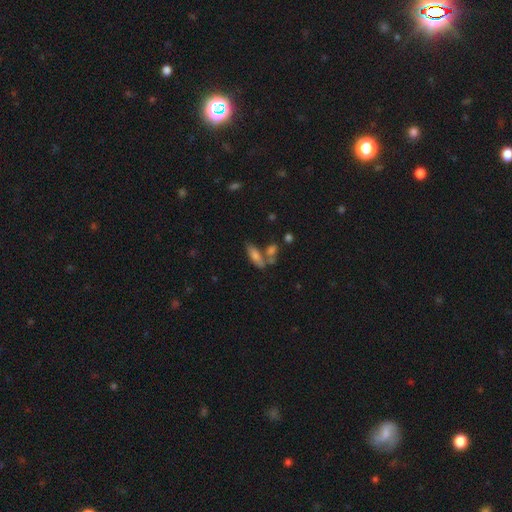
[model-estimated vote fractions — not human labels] This is likely a smooth galaxy (73%). How rounded: likely in between (65%). Merging: possibly none (52%).